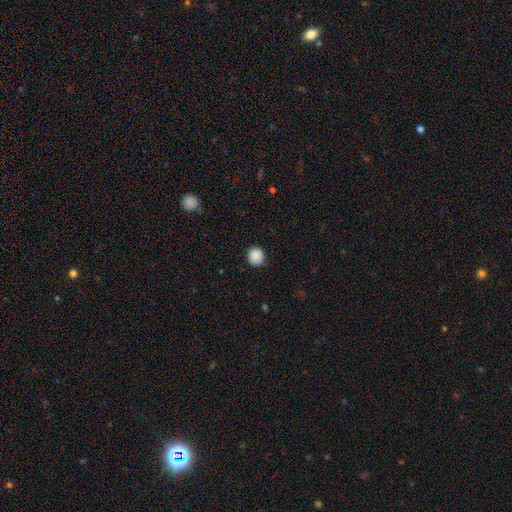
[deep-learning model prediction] Smooth or featured: smooth — 88% (star or artifact — 9%)
How rounded: round — 90% (in between — 10%)
Merging: none — 86% (minor disturbance — 11%)